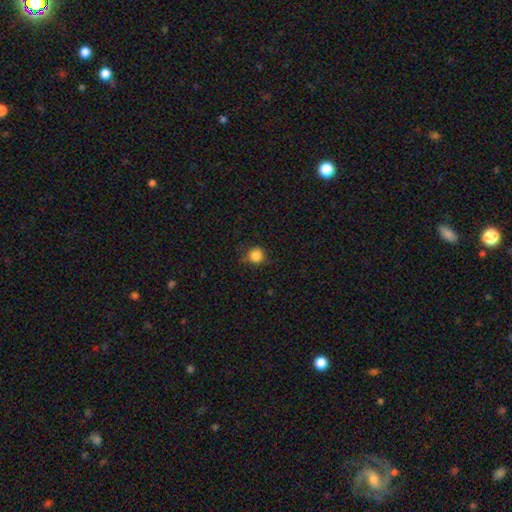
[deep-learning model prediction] smooth-or-featured: smooth: 85% | star or artifact: 11% | featured or disk: 4%
  how-rounded: round: 91% | in between: 8% | cigar-shaped: 1%
  merging: none: 77% | minor disturbance: 18% | major disturbance: 4% | merger: 2%